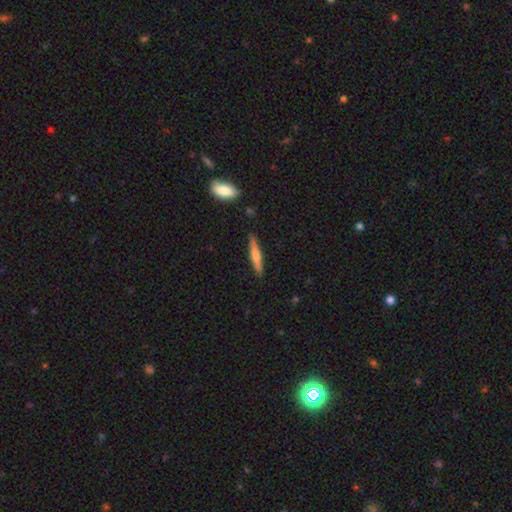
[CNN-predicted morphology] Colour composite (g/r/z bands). It shows a smooth galaxy with no disk features (59%) that is cigar-shaped (91%). Merging: none (87%).